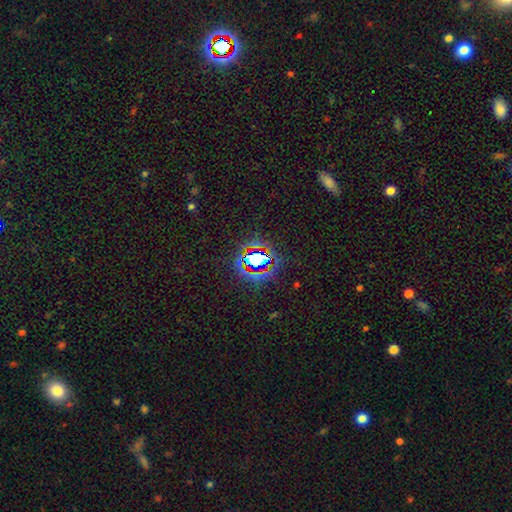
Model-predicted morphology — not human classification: This appears to be a star or artifact, not a galaxy (79%).